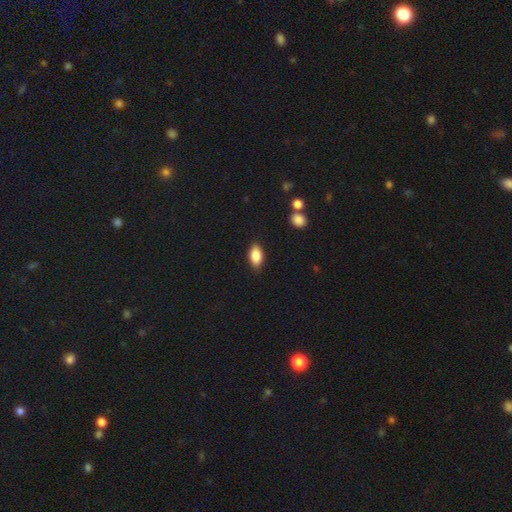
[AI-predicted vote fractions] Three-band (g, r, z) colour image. It shows a smooth galaxy with no disk features (86%) that is in between round and cigar-shaped (90%). Merging: none (87%).